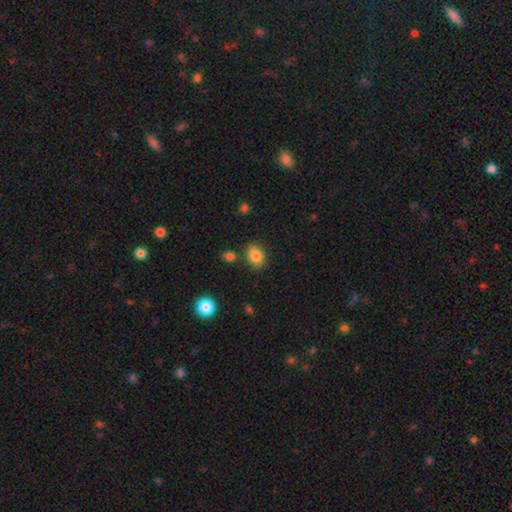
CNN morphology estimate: smooth 84%, star or artifact 9%, featured or disk 6%. Down the decision tree: how rounded — in between (71%); merging — none (81%).